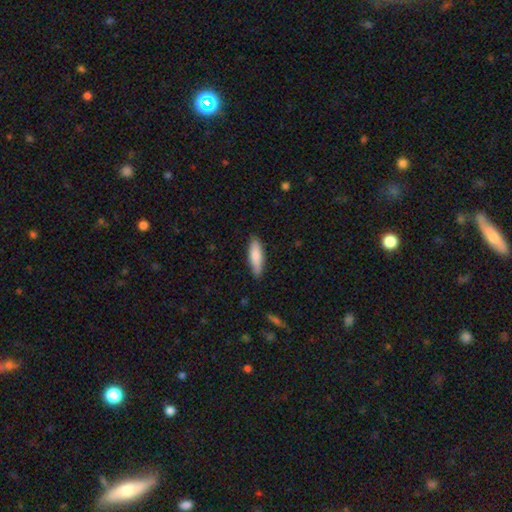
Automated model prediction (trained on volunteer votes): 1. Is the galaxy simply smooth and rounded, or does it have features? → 82% smooth, 13% featured or disk, 5% star or artifact.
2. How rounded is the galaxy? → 55% cigar-shaped, 44% in between, 2% round.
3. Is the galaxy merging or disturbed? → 87% none, 10% minor disturbance, 2% major disturbance, 1% merger.